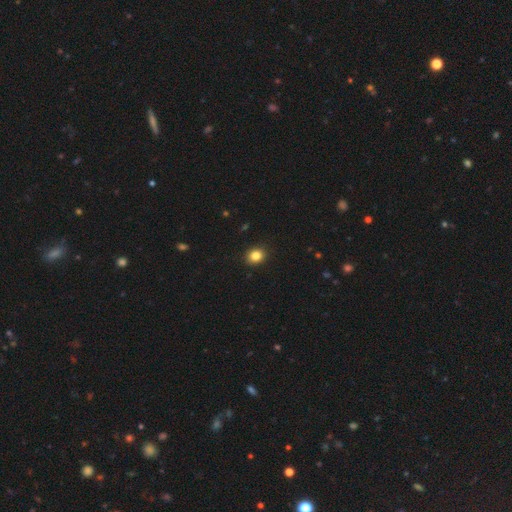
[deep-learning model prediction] This is clearly a smooth galaxy (84%). How rounded: likely round (64%). Merging: clearly none (91%).